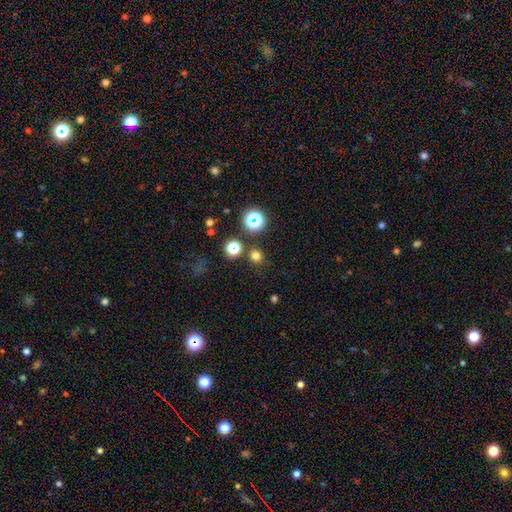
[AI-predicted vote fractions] Smooth or featured? smooth (71%)
How rounded? round (91%)
Merging? none (83%)